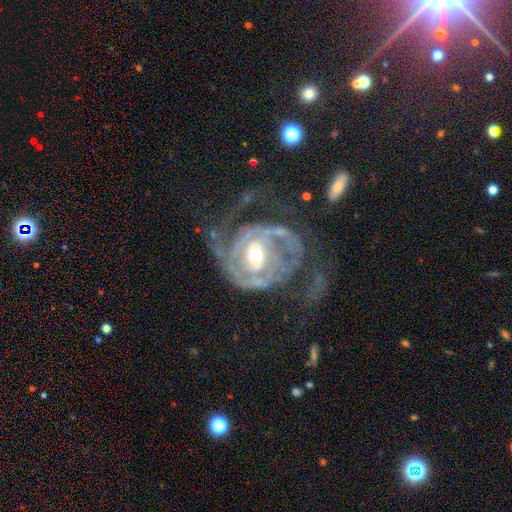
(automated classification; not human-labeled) smooth_or_featured: featured or disk (p=0.86) [alt: smooth p=0.08]
disk_edge_on: no (p=0.97) [alt: yes p=0.03]
bar: no (p=0.52) [alt: weak p=0.34]
has_spiral_arms: yes (p=0.85) [alt: no p=0.15]
spiral_winding: tight (p=0.53) [alt: medium p=0.32]
spiral_arm_count: 2 (p=0.39) [alt: can't tell p=0.29]
bulge_size: moderate (p=0.58) [alt: small p=0.35]
merging: major disturbance (p=0.44) [alt: none p=0.36]